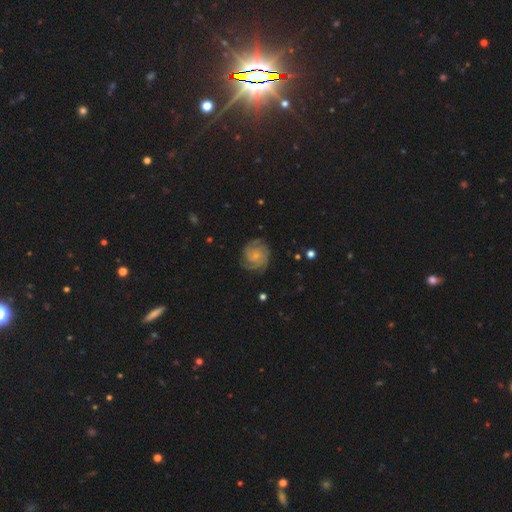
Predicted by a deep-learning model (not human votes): Smooth or featured? Predicted: featured or disk (p=0.83). Edge-on disk? Predicted: no (p=0.98). Bar? Predicted: no (p=0.76). Spiral arms? Predicted: yes (p=0.97). Spiral winding? Predicted: tight (p=0.66). Spiral arm count? Predicted: 3 (p=0.33). Bulge size? Predicted: small (p=0.69). Merging? Predicted: none (p=0.79).